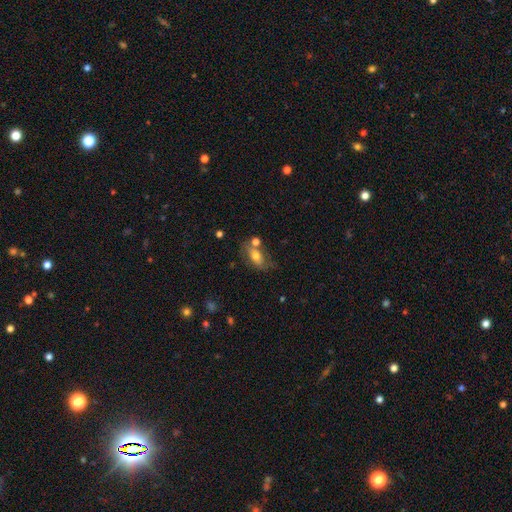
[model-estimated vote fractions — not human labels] smooth_or_featured: smooth (p=0.62) [alt: featured or disk p=0.29]
how_rounded: in between (p=0.83) [alt: round p=0.10]
merging: none (p=0.50) [alt: minor disturbance p=0.21]